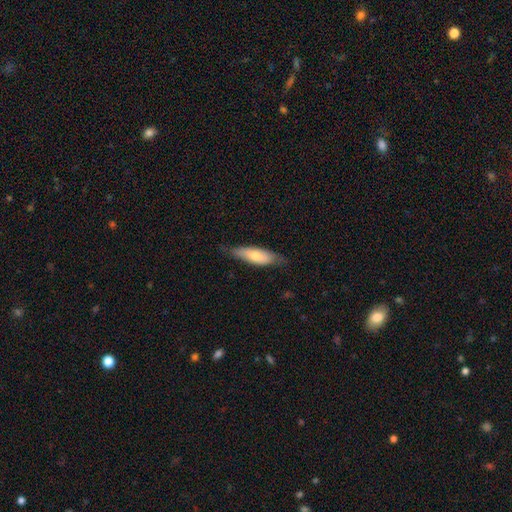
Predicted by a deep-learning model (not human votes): Smooth or featured: smooth — 64% (featured or disk — 31%)
How rounded: in between — 56% (cigar-shaped — 42%)
Merging: none — 71% (minor disturbance — 24%)